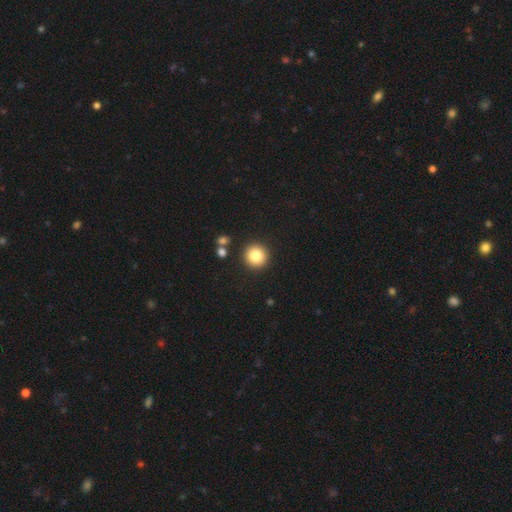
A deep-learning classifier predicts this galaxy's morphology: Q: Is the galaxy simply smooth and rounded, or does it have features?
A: smooth — 83%.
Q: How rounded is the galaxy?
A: round — 94%.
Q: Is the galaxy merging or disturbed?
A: none — 89%.